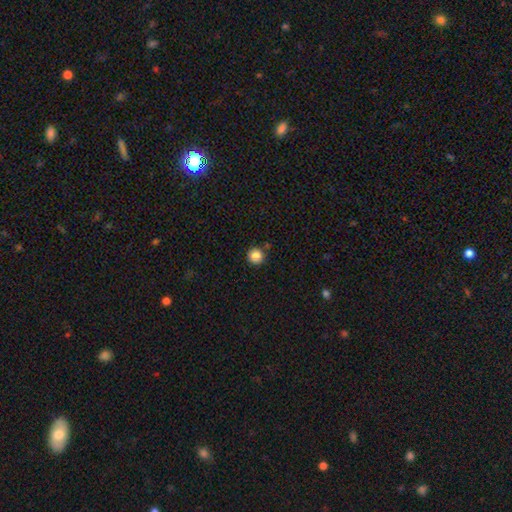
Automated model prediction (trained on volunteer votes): Smooth or featured: smooth — 85% (star or artifact — 11%)
How rounded: round — 95% (in between — 4%)
Merging: none — 87% (minor disturbance — 7%)